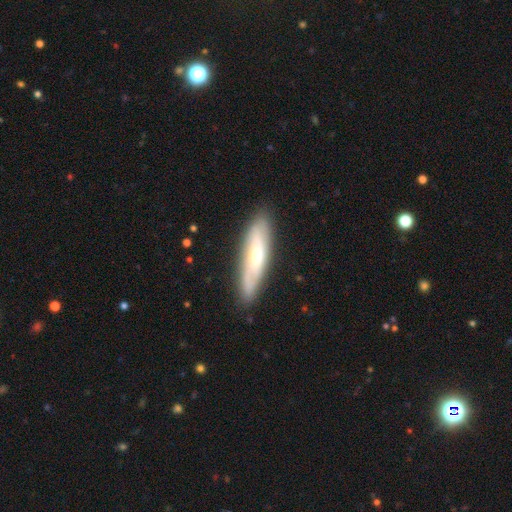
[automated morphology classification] A featured or disk galaxy (47%).

Vote fractions:
- Smooth or featured? featured or disk: 47% / smooth: 46% / star or artifact: 6%
- Merging? none: 83% / minor disturbance: 13% / major disturbance: 3% / merger: 1%